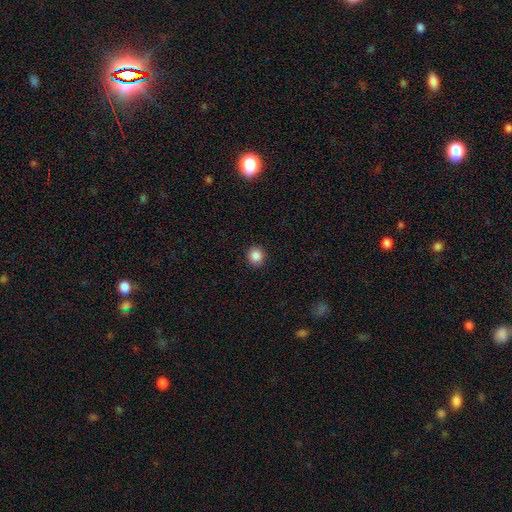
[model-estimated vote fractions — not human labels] Smooth or featured? Predicted: smooth (p=0.86). How rounded? Predicted: round (p=0.90). Merging? Predicted: none (p=0.92).